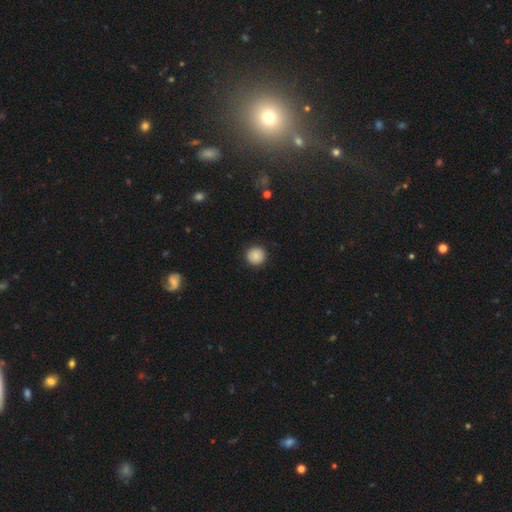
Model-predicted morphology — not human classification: smooth-or-featured: smooth: 86% | star or artifact: 9% | featured or disk: 5%
  how-rounded: round: 94% | in between: 5% | cigar-shaped: 1%
  merging: none: 92% | minor disturbance: 5% | major disturbance: 2% | merger: 1%